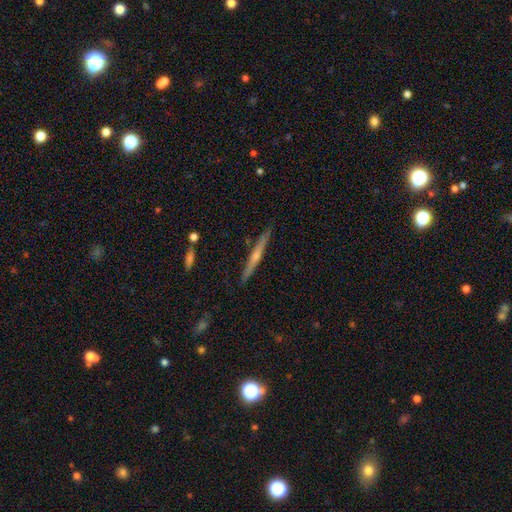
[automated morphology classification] Overall: featured or disk (70%). Edge-on disk: yes (98%). Edge-on bulge: rounded (70%). Merging: none (90%).